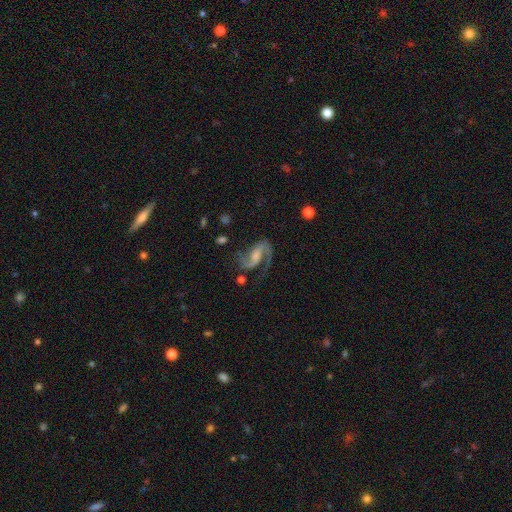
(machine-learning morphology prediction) Q: Smooth or featured?
A: featured or disk (88%); runner-up: smooth (7%)
Q: Edge-on disk?
A: no (98%); runner-up: yes (2%)
Q: Bar?
A: weak (44%); runner-up: no (33%)
Q: Spiral arms?
A: yes (97%); runner-up: no (3%)
Q: Spiral winding?
A: medium (49%); runner-up: loose (39%)
Q: Spiral arm count?
A: 2 (85%); runner-up: 1 (10%)
Q: Bulge size?
A: moderate (32%); runner-up: small (28%)
Q: Merging?
A: none (60%); runner-up: major disturbance (18%)